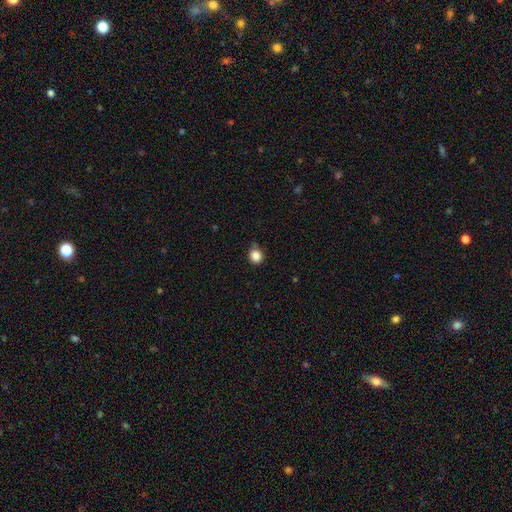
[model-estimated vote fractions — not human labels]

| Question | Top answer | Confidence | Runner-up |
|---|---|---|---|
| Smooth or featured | smooth | 86% | star or artifact (11%) |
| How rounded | round | 87% | in between (12%) |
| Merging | none | 77% | minor disturbance (17%) |